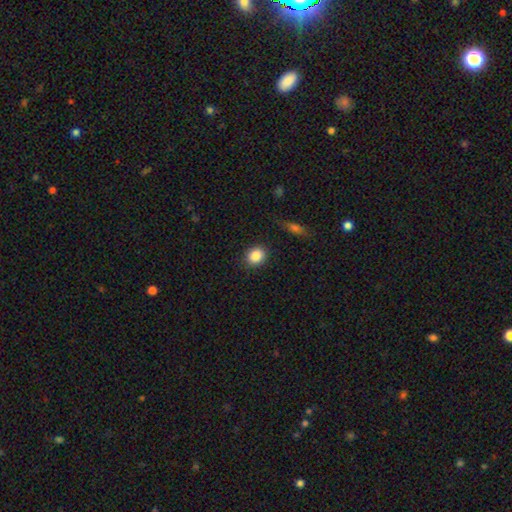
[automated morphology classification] smooth 87%, star or artifact 9%, featured or disk 4%. Down the decision tree: how rounded — round (70%); merging — none (88%).